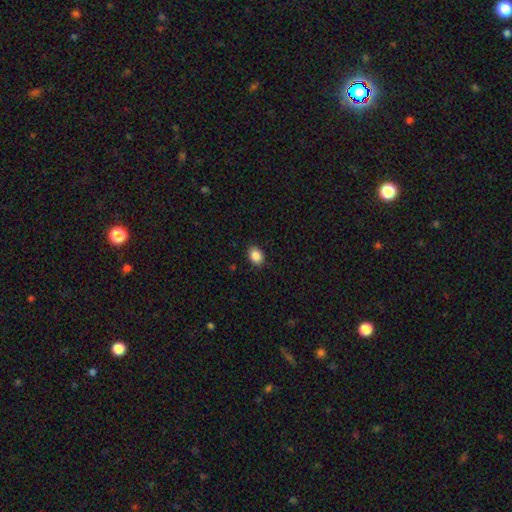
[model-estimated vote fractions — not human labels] Morphology: type=smooth (88%); roundness=in between (62%); merging=none (88%).